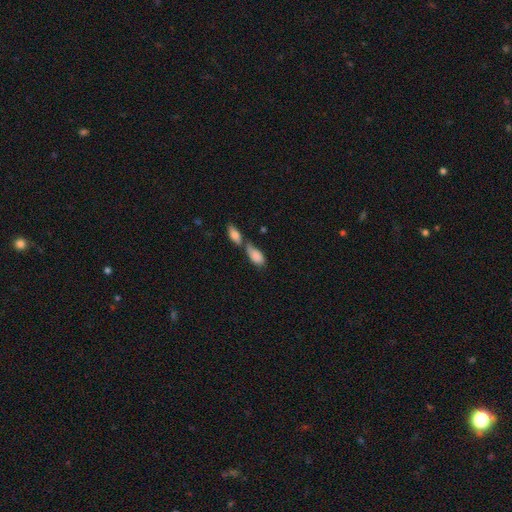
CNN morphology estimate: smooth 84%, featured or disk 9%, star or artifact 7%. Down the decision tree: how rounded — in between (90%); merging — merger (52%).